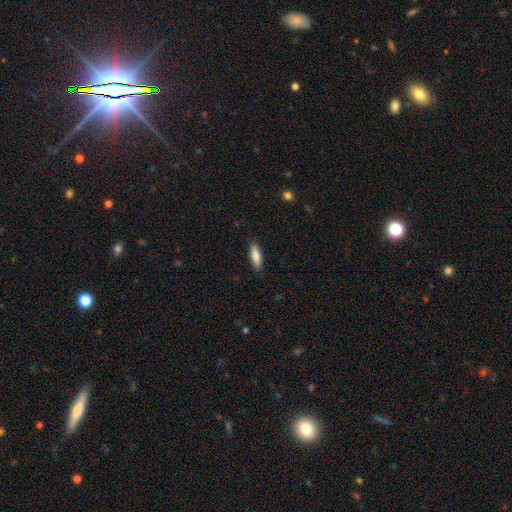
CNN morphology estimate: A smooth galaxy with no disk features (79%) that is cigar-shaped (54%).

Vote fractions:
- Smooth or featured? smooth: 79% / featured or disk: 15% / star or artifact: 6%
- How rounded? cigar-shaped: 54% / in between: 45% / round: 2%
- Merging? none: 88% / minor disturbance: 9% / major disturbance: 2% / merger: 1%